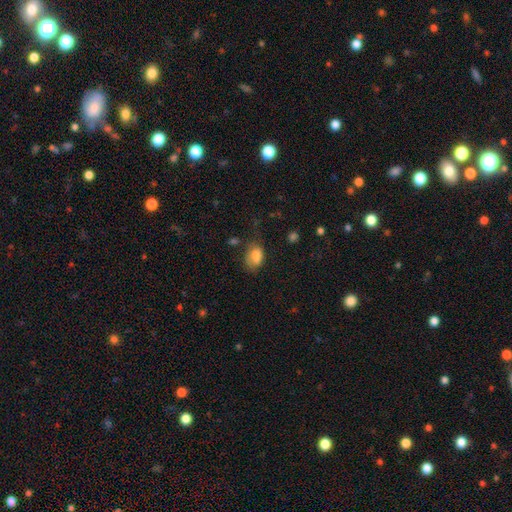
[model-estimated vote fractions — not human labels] smooth 82%, featured or disk 9%, star or artifact 9%. Down the decision tree: how rounded — in between (85%); merging — none (53%).